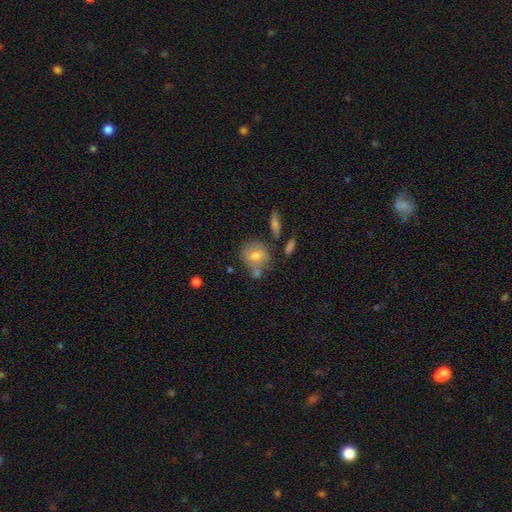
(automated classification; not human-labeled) Smooth or featured? smooth (65%)
How rounded? round (69%)
Merging? none (60%)